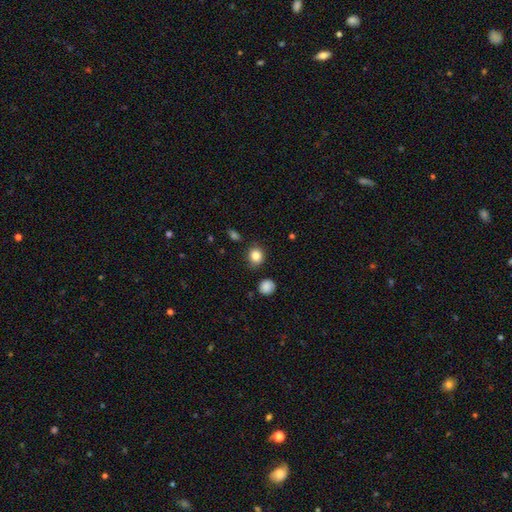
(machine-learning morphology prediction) Smooth or featured? smooth (85%)
How rounded? round (77%)
Merging? none (79%)